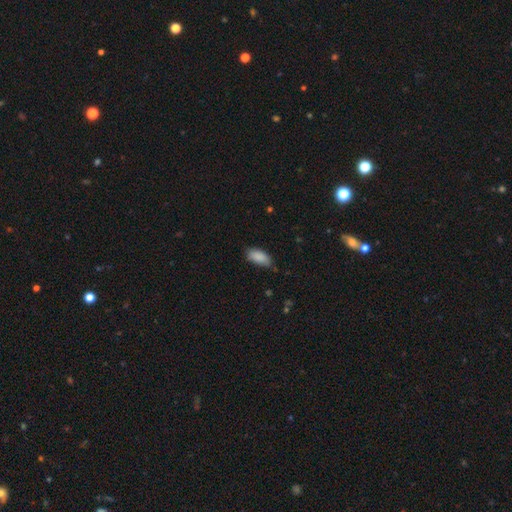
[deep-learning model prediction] Morphology: type=smooth (88%); roundness=in between (89%); merging=none (68%).